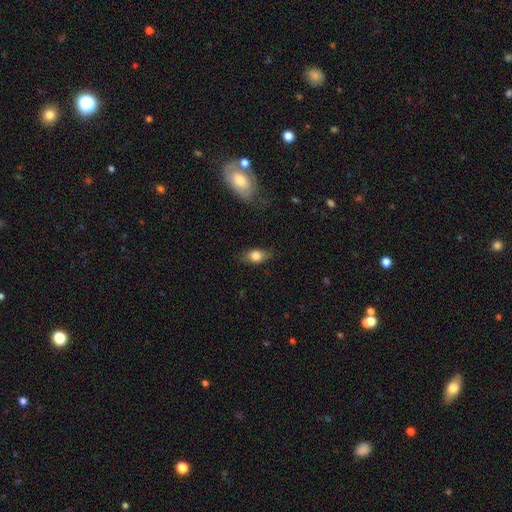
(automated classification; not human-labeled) smooth-or-featured: smooth: 79% | featured or disk: 13% | star or artifact: 8%
  how-rounded: in between: 79% | round: 15% | cigar-shaped: 6%
  merging: none: 75% | minor disturbance: 18% | major disturbance: 5% | merger: 1%